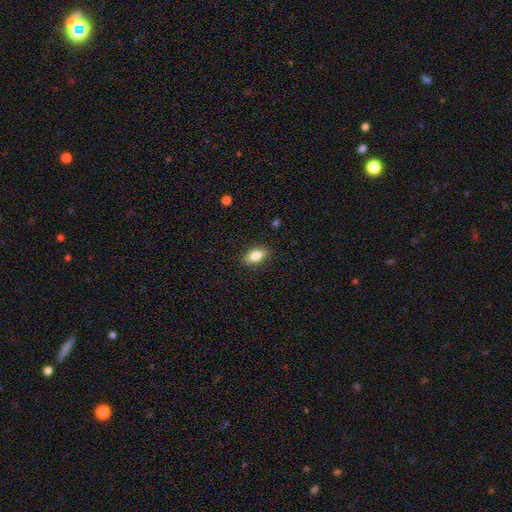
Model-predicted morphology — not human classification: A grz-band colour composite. It shows a smooth galaxy with no disk features (77%) that is in between round and cigar-shaped (83%). Merging: none (88%).